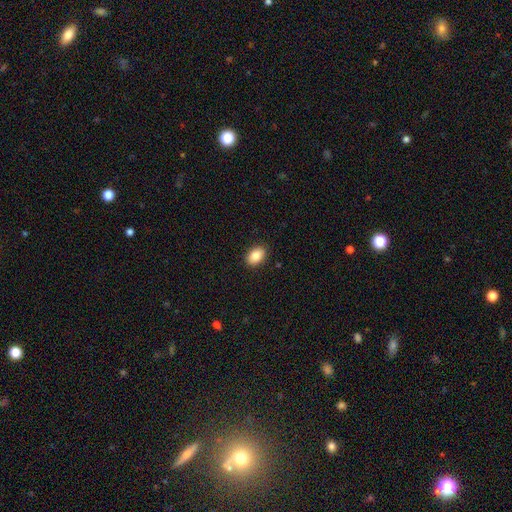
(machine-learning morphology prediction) Overall: smooth (87%). How rounded: in between (86%). Merging: none (90%).